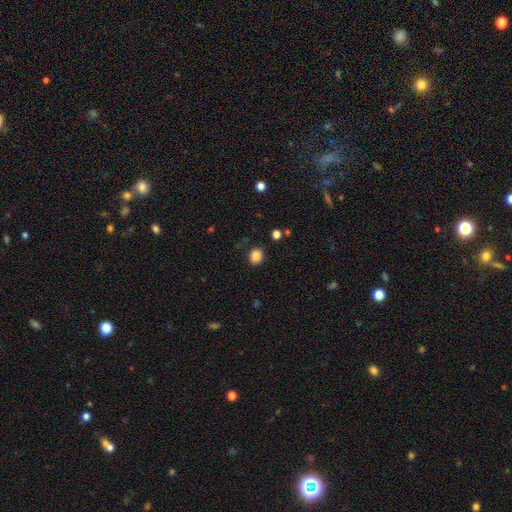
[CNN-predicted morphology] The model was most divided on "how rounded": round: 72%, in between: 27%, cigar-shaped: 1%. More confident: merging — none (87%); smooth or featured — smooth (85%).